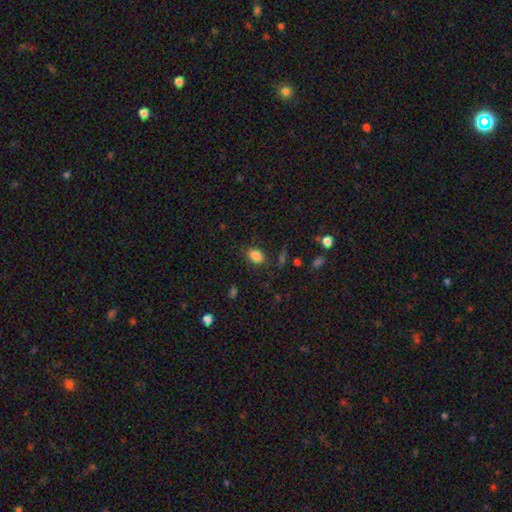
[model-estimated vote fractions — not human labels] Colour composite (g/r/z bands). It shows a smooth galaxy with no disk features (84%) that is in between round and cigar-shaped (71%). Merging: none (78%).